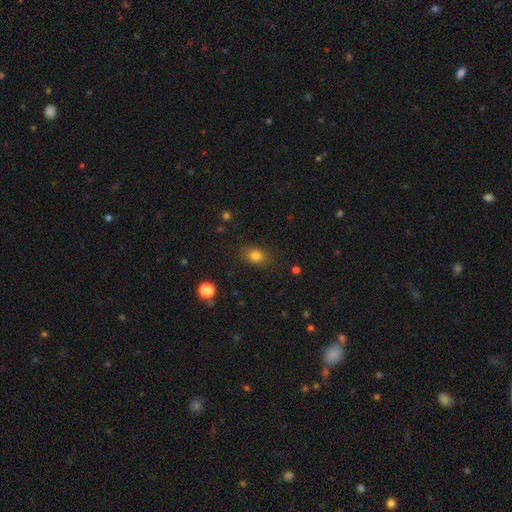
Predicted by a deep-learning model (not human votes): Q: Smooth or featured?
A: smooth (80%); runner-up: star or artifact (12%)
Q: How rounded?
A: in between (63%); runner-up: round (36%)
Q: Merging?
A: none (83%); runner-up: minor disturbance (12%)